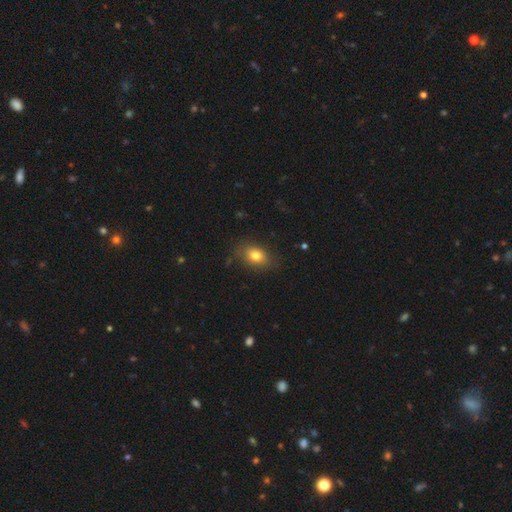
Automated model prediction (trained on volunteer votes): smooth_or_featured: smooth (p=0.78) [alt: featured or disk p=0.12]
how_rounded: in between (p=0.73) [alt: round p=0.25]
merging: none (p=0.79) [alt: minor disturbance p=0.15]